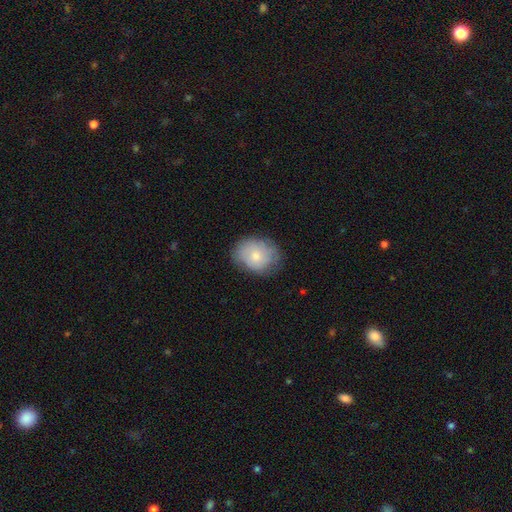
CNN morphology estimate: The model was most divided on "how rounded": in between: 57%, round: 42%, cigar-shaped: 1%. More confident: merging — none (70%); smooth or featured — smooth (67%).